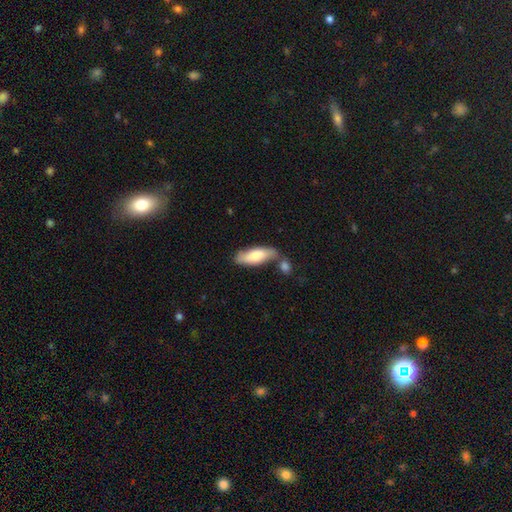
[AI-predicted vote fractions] smooth-or-featured: smooth: 73% | featured or disk: 22% | star or artifact: 5%
  how-rounded: in between: 62% | cigar-shaped: 36% | round: 2%
  merging: none: 56% | merger: 23% | minor disturbance: 17% | major disturbance: 5%